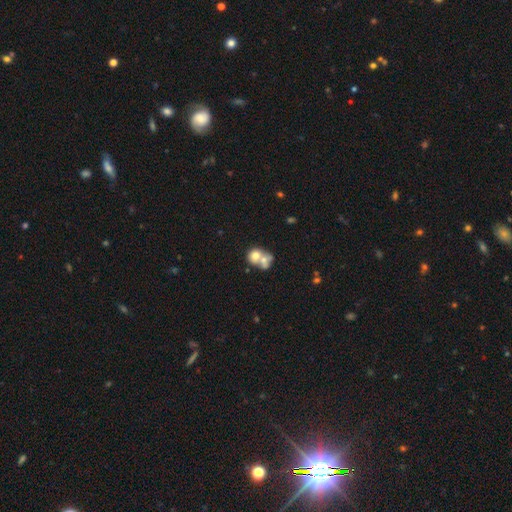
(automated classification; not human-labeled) smooth_or_featured: smooth (p=0.63) [alt: featured or disk p=0.27]
how_rounded: round (p=0.62) [alt: in between p=0.37]
merging: merger (p=0.71) [alt: none p=0.19]